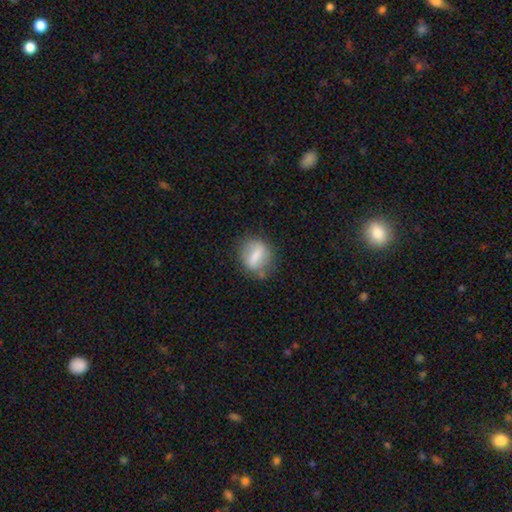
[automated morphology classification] Smooth or featured? smooth (58%)
How rounded? round (47%)
Merging? none (70%)